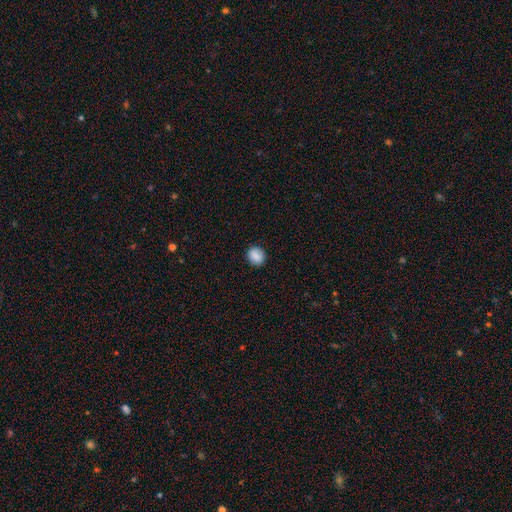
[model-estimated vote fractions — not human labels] smooth-or-featured: smooth: 87% | star or artifact: 8% | featured or disk: 5%
  how-rounded: round: 75% | in between: 24% | cigar-shaped: 1%
  merging: none: 88% | minor disturbance: 9% | major disturbance: 2% | merger: 1%